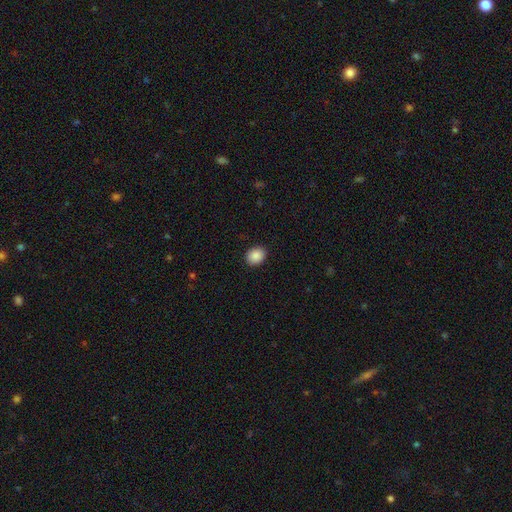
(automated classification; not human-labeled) A smooth galaxy with no disk features (89%) that is round (58%). Merging: none (90%).